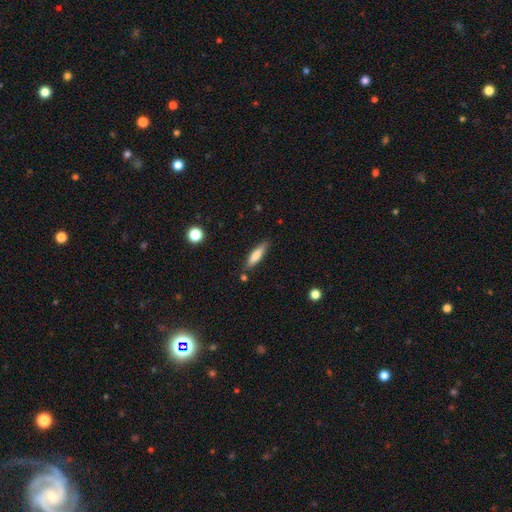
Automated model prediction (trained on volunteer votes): Smooth or featured?
  - smooth: 76% *
  - featured or disk: 17%
  - star or artifact: 6%
How rounded?
  - cigar-shaped: 71% *
  - in between: 28%
  - round: 2%
Merging?
  - none: 81% *
  - minor disturbance: 13%
  - merger: 4%
  - major disturbance: 2%